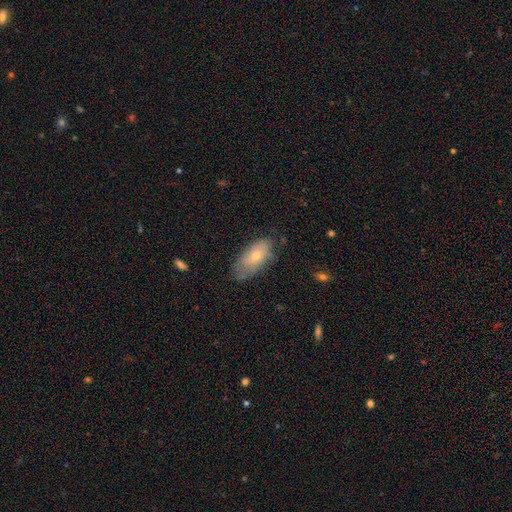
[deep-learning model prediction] smooth 67%, featured or disk 26%, star or artifact 7%. Down the decision tree: how rounded — in between (91%); merging — none (54%).